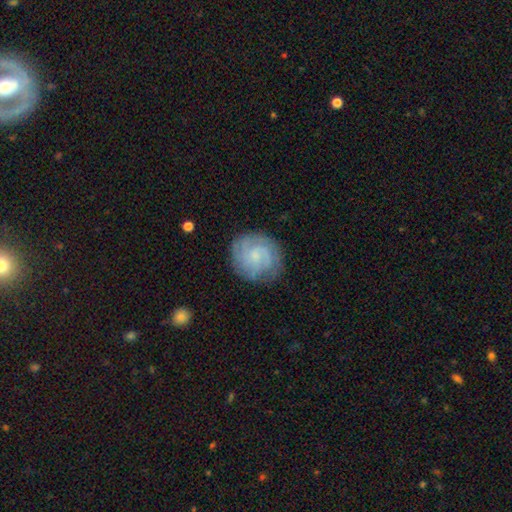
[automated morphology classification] Smooth or featured? featured or disk (74%)
Edge-on disk? no (98%)
Bar? no (65%)
Spiral arms? yes (95%)
Spiral winding? tight (66%)
Spiral arm count? can't tell (27%, tied with 3)
Bulge size? small (62%)
Merging? none (82%)